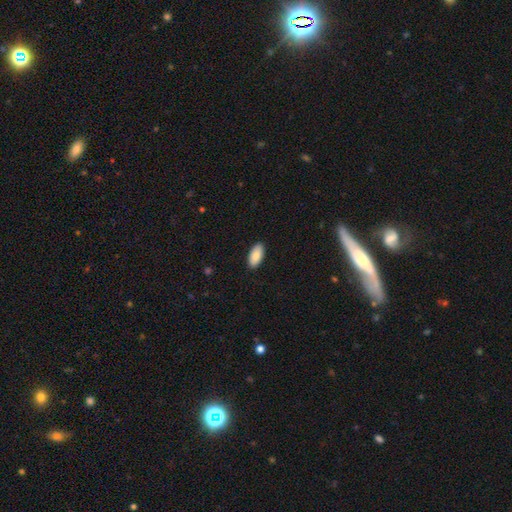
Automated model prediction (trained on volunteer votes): A smooth galaxy with no disk features (86%) that is in between round and cigar-shaped (92%). Merging: none (90%).